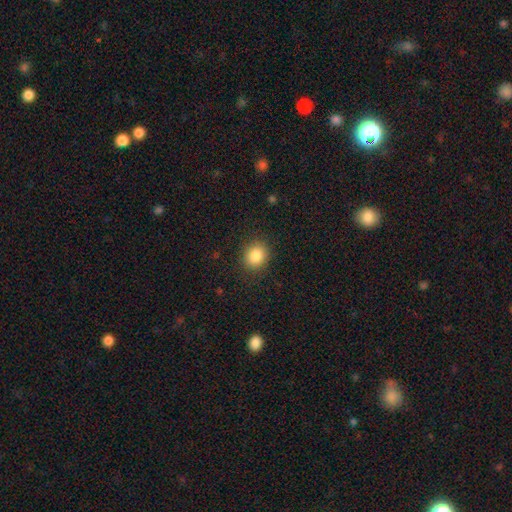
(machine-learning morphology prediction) A smooth galaxy with no disk features (86%) that is round (66%).

Vote fractions:
- Smooth or featured? smooth: 86% / star or artifact: 10% / featured or disk: 4%
- How rounded? round: 66% / in between: 33% / cigar-shaped: 1%
- Merging? none: 88% / minor disturbance: 8% / major disturbance: 3% / merger: 1%